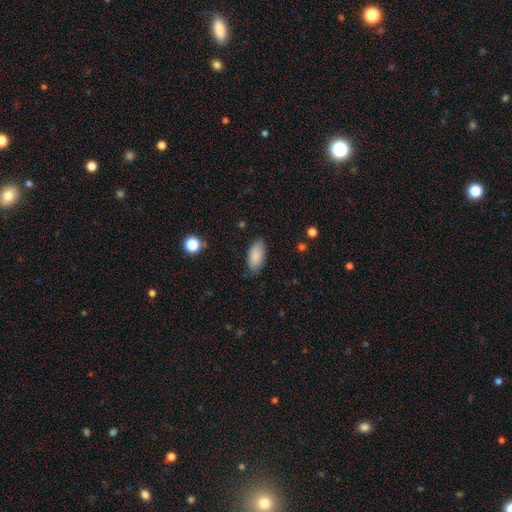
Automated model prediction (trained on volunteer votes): This is clearly a smooth galaxy (88%). How rounded: clearly in between (92%). Merging: clearly none (83%).